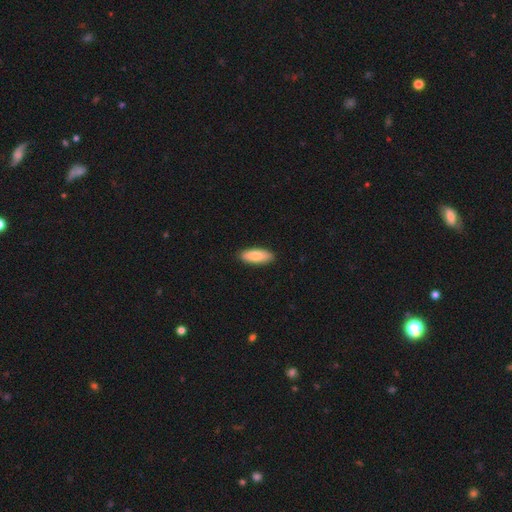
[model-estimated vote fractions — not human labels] smooth 83%, featured or disk 11%, star or artifact 5%. Down the decision tree: how rounded — in between (75%); merging — none (90%).